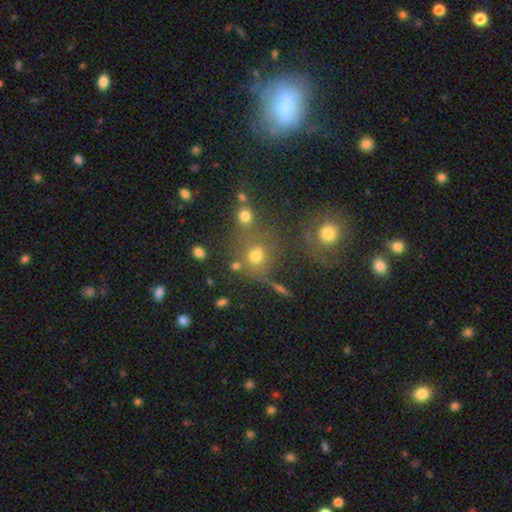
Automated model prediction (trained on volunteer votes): Smooth or featured?
  - smooth: 67% *
  - star or artifact: 19%
  - featured or disk: 13%
How rounded?
  - round: 79% *
  - in between: 19%
  - cigar-shaped: 2%
Merging?
  - none: 57% *
  - merger: 24%
  - minor disturbance: 12%
  - major disturbance: 7%